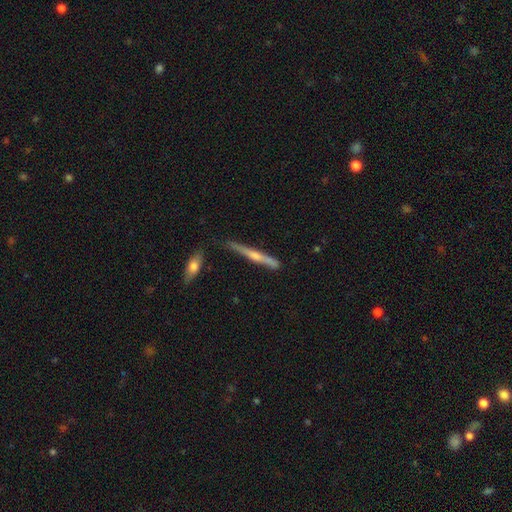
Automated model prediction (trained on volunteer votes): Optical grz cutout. It shows a featured or disk galaxy (64%) viewed edge-on (97%) with a rounded central bulge (72%). Merging: none (81%).